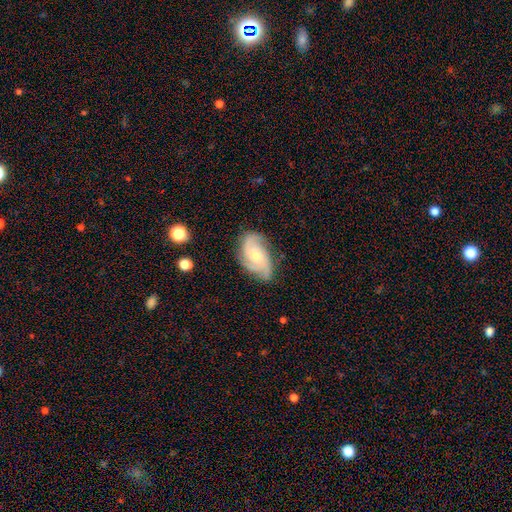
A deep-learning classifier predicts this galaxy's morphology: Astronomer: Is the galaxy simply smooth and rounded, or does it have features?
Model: featured or disk — 80%.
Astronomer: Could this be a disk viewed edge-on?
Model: no — 97%.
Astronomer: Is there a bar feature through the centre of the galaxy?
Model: no — 69%.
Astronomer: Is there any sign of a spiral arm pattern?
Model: yes — 96%.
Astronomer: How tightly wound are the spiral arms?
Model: medium — 44% (runner-up: tight, 41%).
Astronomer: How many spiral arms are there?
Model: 3 — 49%.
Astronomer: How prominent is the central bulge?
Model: moderate — 49% (runner-up: small, 46%).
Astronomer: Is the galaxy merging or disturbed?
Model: none — 71%.